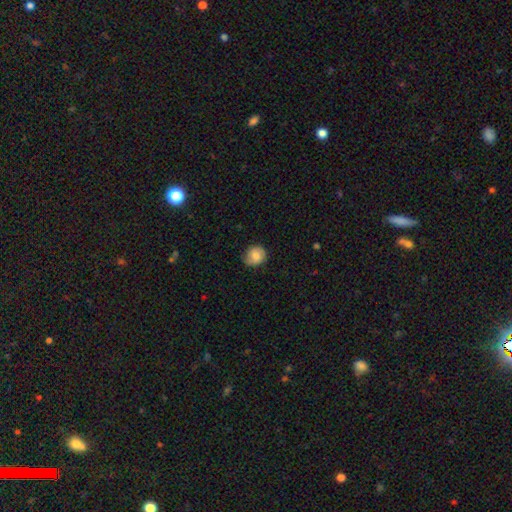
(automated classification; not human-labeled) Smooth or featured?
  - smooth: 72% *
  - featured or disk: 20%
  - star or artifact: 8%
How rounded?
  - round: 74% *
  - in between: 25%
  - cigar-shaped: 1%
Merging?
  - none: 74% *
  - minor disturbance: 20%
  - major disturbance: 4%
  - merger: 1%